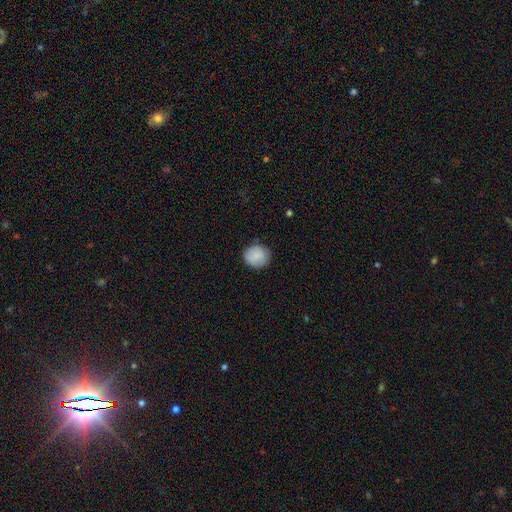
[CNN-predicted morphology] type=smooth (87%); roundness=round (81%); merging=none (85%).